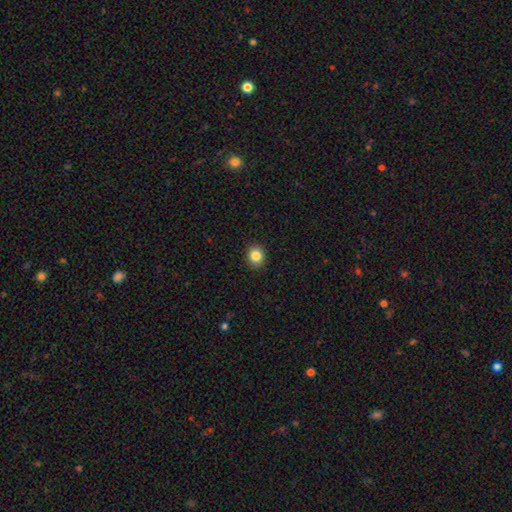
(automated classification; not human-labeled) The model was most divided on "how rounded": round: 71%, in between: 28%, cigar-shaped: 1%. More confident: merging — none (92%); smooth or featured — smooth (85%).